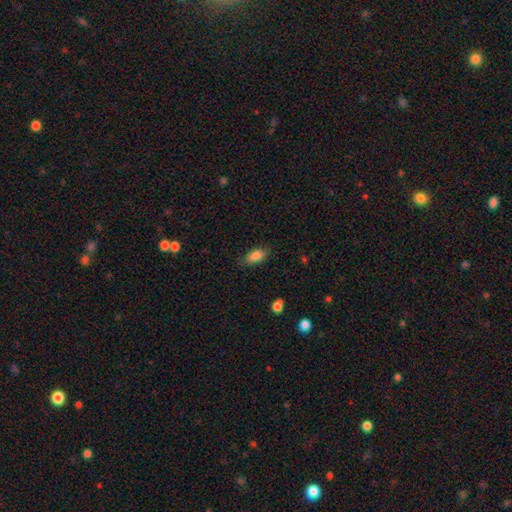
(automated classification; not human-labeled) A smooth galaxy with no disk features (87%) that is in between round and cigar-shaped (87%). Merging: none (80%).